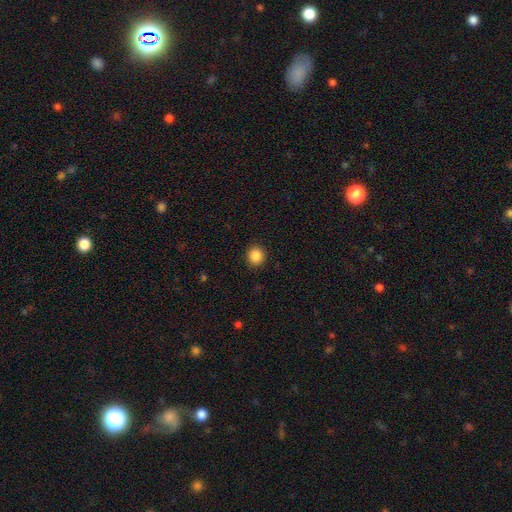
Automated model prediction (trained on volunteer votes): This appears to be a smooth galaxy with no disk features (87%) that is round (88%). Merging: none (92%).